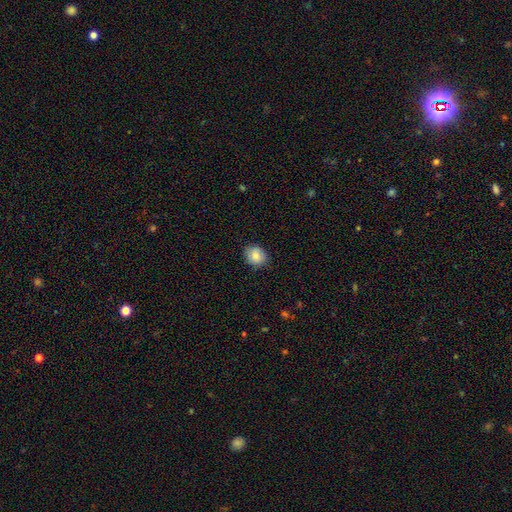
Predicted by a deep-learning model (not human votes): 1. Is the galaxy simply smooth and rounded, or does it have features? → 85% smooth, 8% star or artifact, 7% featured or disk.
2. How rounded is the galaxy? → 71% round, 28% in between, 1% cigar-shaped.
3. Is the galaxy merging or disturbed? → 85% none, 12% minor disturbance, 2% major disturbance, 1% merger.